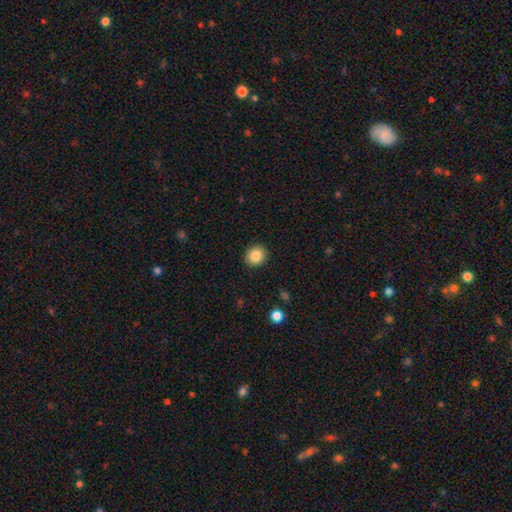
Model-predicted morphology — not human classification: smooth_or_featured: smooth (p=0.86) [alt: star or artifact p=0.09]
how_rounded: round (p=0.82) [alt: in between p=0.17]
merging: none (p=0.91) [alt: minor disturbance p=0.06]